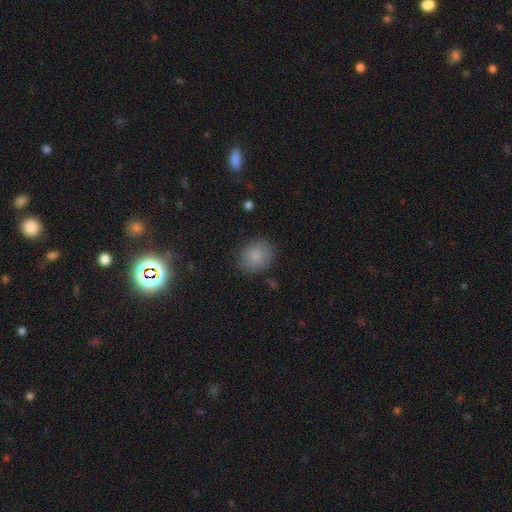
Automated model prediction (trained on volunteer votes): smooth 84%, star or artifact 9%, featured or disk 7%. Down the decision tree: how rounded — round (52%); merging — none (83%).